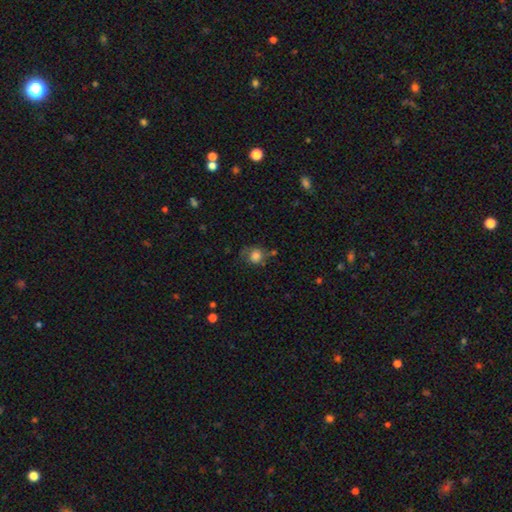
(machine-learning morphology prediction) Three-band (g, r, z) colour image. It shows a smooth galaxy with no disk features (77%) that is round (77%). Merging: none (51%).